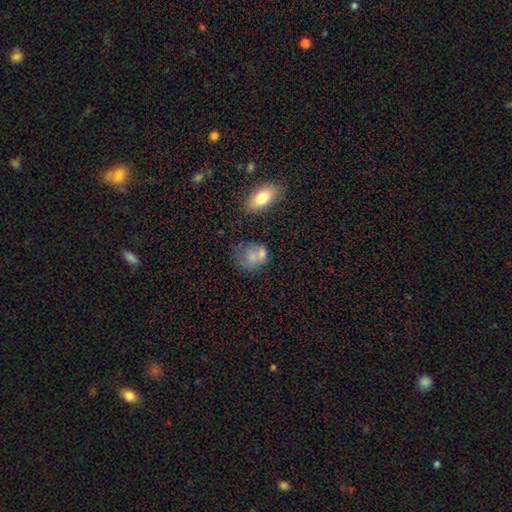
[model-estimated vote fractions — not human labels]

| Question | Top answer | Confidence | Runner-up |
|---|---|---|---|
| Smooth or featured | smooth | 66% | featured or disk (23%) |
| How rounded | round | 54% | in between (44%) |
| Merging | none | 38% | merger (27%) |